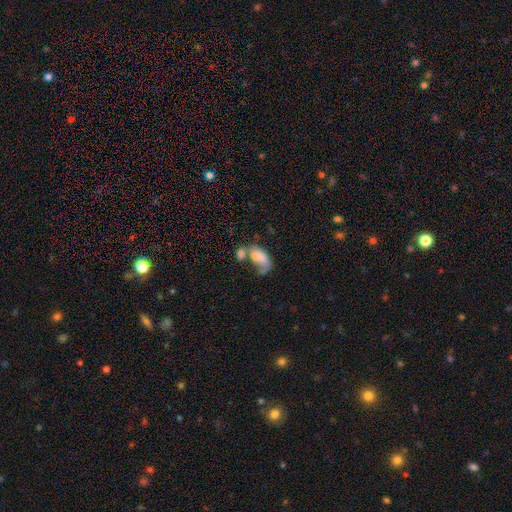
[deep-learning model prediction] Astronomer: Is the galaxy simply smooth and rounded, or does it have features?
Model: smooth — 52% (runner-up: featured or disk, 34%).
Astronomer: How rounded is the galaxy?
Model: in between — 87%.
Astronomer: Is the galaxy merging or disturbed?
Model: merger — 40% (runner-up: major disturbance, 23%).